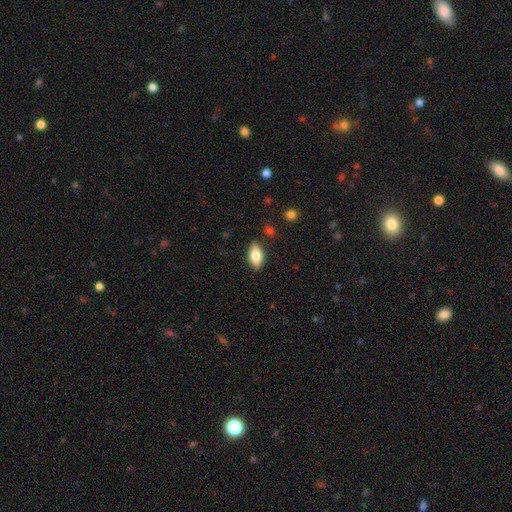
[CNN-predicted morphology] This is likely a smooth galaxy (74%). How rounded: clearly in between (87%). Merging: clearly none (87%).